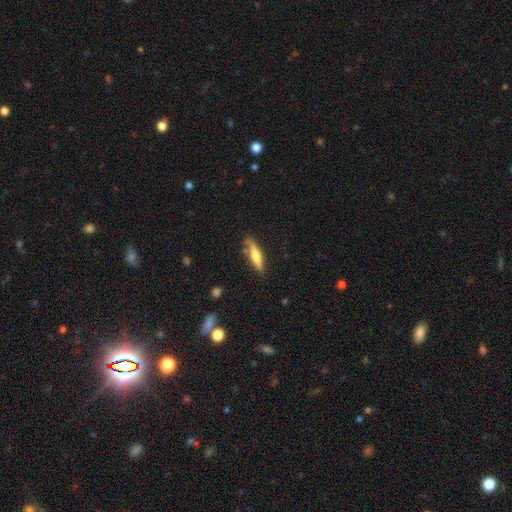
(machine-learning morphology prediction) Smooth or featured? Predicted: smooth (p=0.50). How rounded? Predicted: cigar-shaped (p=0.80). Merging? Predicted: none (p=0.74).